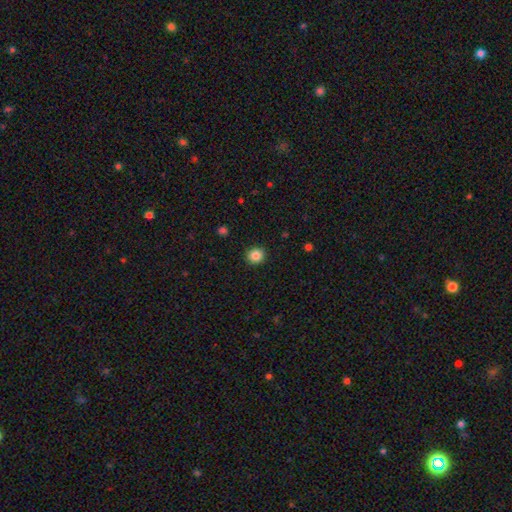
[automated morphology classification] Overall: smooth (85%). How rounded: round (89%). Merging: none (92%).